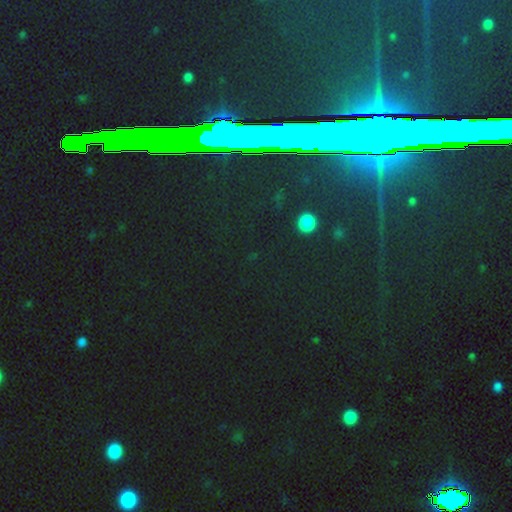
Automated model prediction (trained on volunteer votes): The model was most divided on "smooth or featured": star or artifact: 85%, featured or disk: 8%, smooth: 7%.